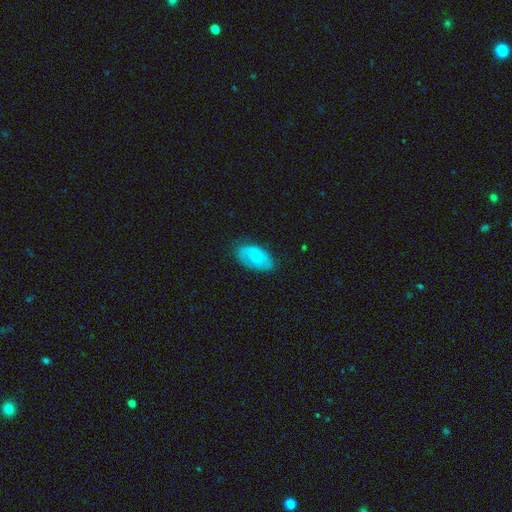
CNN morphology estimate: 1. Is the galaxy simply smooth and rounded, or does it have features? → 50% featured or disk, 43% smooth, 7% star or artifact.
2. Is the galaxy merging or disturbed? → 69% none, 22% minor disturbance, 8% major disturbance, 1% merger.